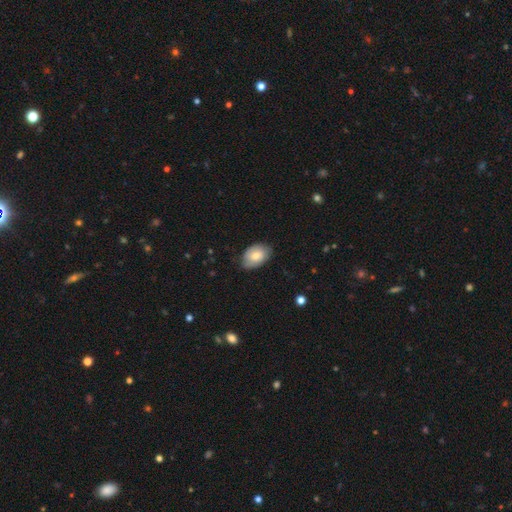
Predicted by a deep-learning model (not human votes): Smooth or featured?
  - smooth: 71% *
  - featured or disk: 22%
  - star or artifact: 6%
How rounded?
  - in between: 86% *
  - round: 13%
  - cigar-shaped: 1%
Merging?
  - none: 74% *
  - minor disturbance: 22%
  - major disturbance: 4%
  - merger: 1%